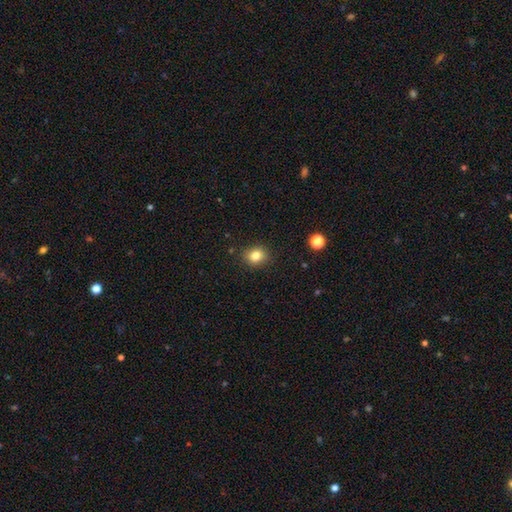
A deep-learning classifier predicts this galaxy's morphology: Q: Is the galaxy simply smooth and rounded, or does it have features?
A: smooth — 82%.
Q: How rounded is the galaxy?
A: round — 67%.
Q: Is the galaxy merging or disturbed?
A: none — 88%.